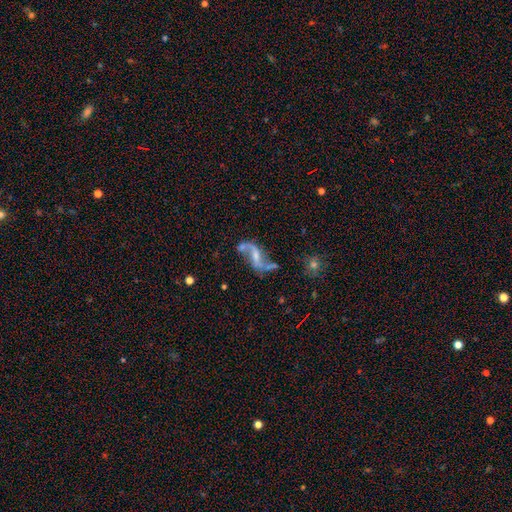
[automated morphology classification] Smooth or featured? Predicted: featured or disk (p=0.84). Edge-on disk? Predicted: no (p=0.96). Bar? Predicted: weak (p=0.43). Spiral arms? Predicted: yes (p=0.92). Spiral winding? Predicted: loose (p=0.90). Spiral arm count? Predicted: 2 (p=0.91). Bulge size? Predicted: small (p=0.48). Merging? Predicted: none (p=0.50).